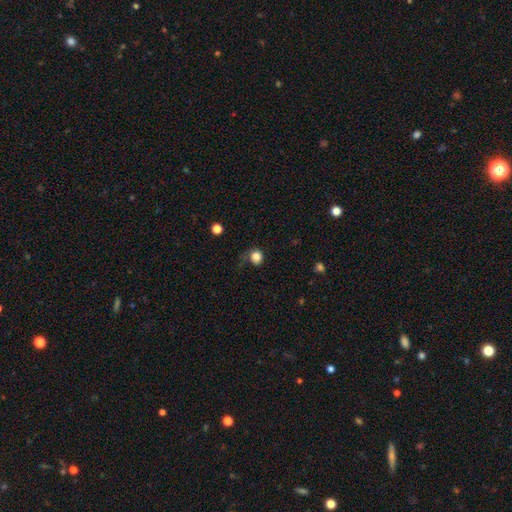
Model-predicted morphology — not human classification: This appears to be a smooth galaxy with no disk features (83%) that is round (79%). Merging: none (52%).